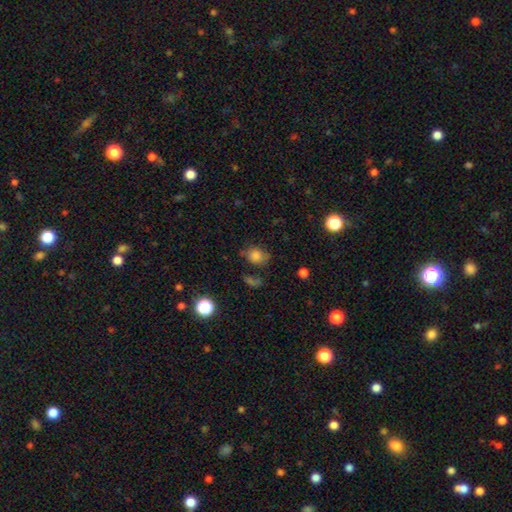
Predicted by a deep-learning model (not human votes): Smooth or featured?
  - smooth: 78% *
  - star or artifact: 13%
  - featured or disk: 9%
How rounded?
  - in between: 50% *
  - round: 48%
  - cigar-shaped: 1%
Merging?
  - none: 61% *
  - minor disturbance: 23%
  - major disturbance: 9%
  - merger: 7%